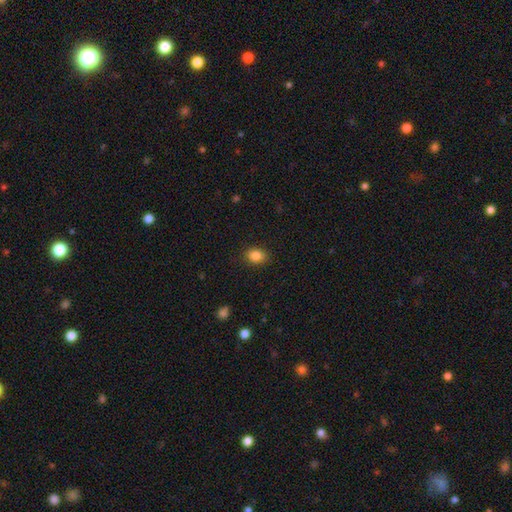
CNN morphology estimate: smooth-or-featured: smooth: 86% | star or artifact: 10% | featured or disk: 4%
  how-rounded: in between: 58% | round: 41% | cigar-shaped: 1%
  merging: none: 87% | minor disturbance: 10% | major disturbance: 3% | merger: 1%